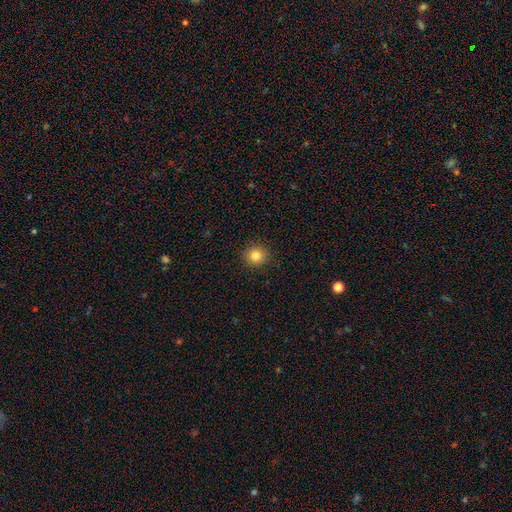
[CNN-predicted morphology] This appears to be a smooth galaxy with no disk features (82%) that is round (91%). Merging: none (91%).